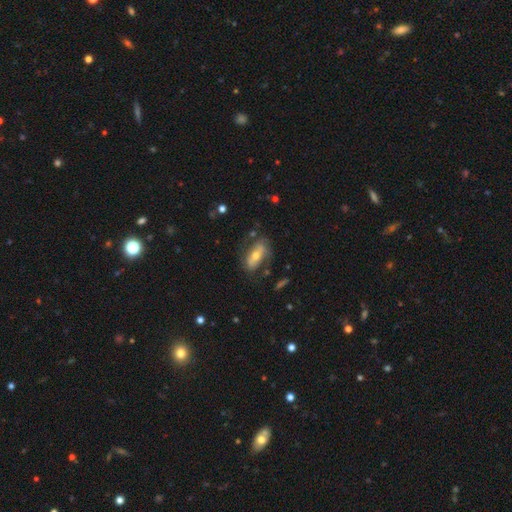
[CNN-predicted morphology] smooth_or_featured: featured or disk (p=0.48) [alt: smooth p=0.44]
merging: none (p=0.65) [alt: minor disturbance p=0.21]